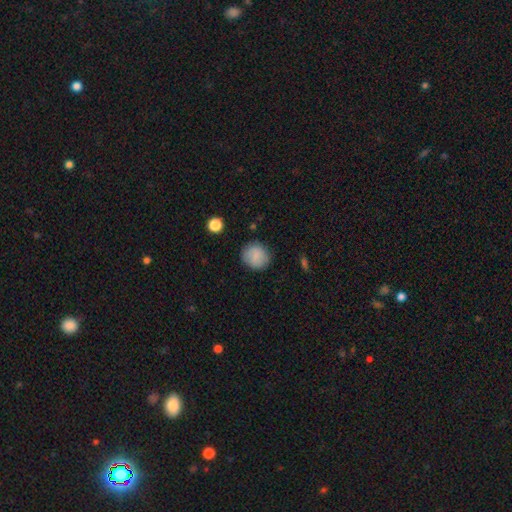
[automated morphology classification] Smooth or featured?
  - smooth: 85% *
  - star or artifact: 8%
  - featured or disk: 7%
How rounded?
  - round: 87% *
  - in between: 12%
  - cigar-shaped: 1%
Merging?
  - none: 85% *
  - minor disturbance: 11%
  - major disturbance: 3%
  - merger: 1%